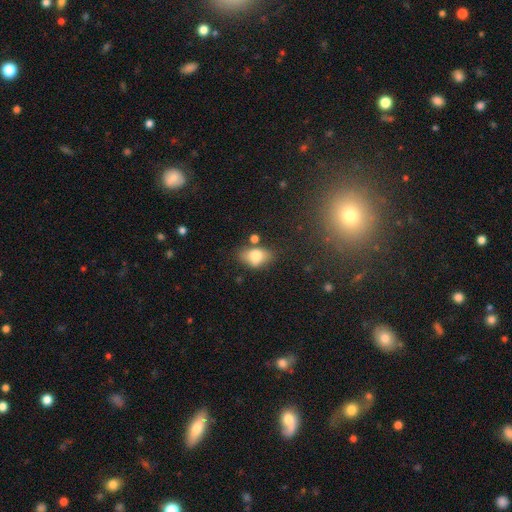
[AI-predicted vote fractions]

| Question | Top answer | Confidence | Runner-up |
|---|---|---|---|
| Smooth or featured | smooth | 76% | featured or disk (15%) |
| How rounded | in between | 83% | round (15%) |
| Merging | none | 62% | minor disturbance (21%) |